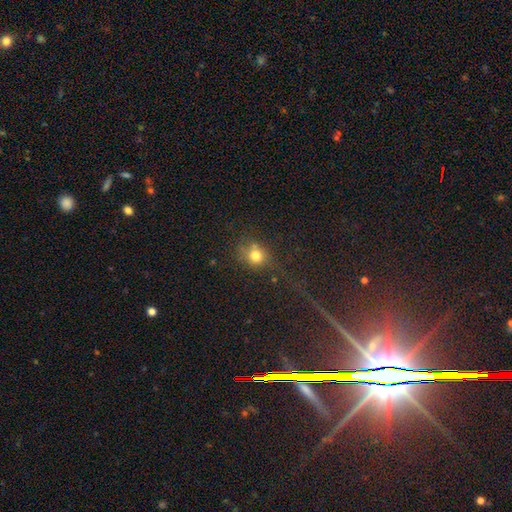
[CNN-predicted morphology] This appears to be a smooth galaxy with no disk features (73%) that is round (76%). Merging: none (59%).